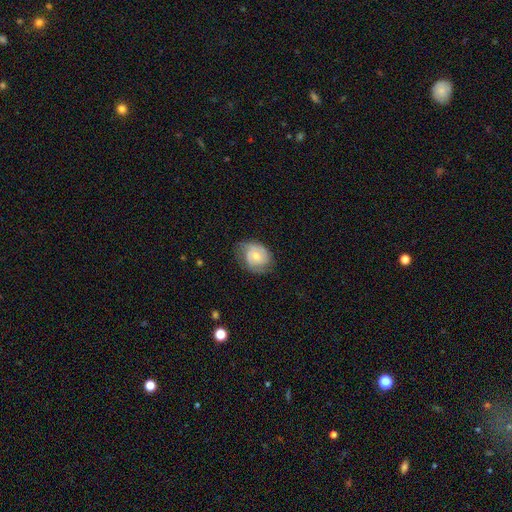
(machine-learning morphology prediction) Overall: featured or disk (57%; smooth 36%). Edge-on disk: no (97%). Bar: no (68%). Spiral arms: yes (83%). Bulge size: moderate (54%; small 40%). Merging: none (60%; minor disturbance 28%).